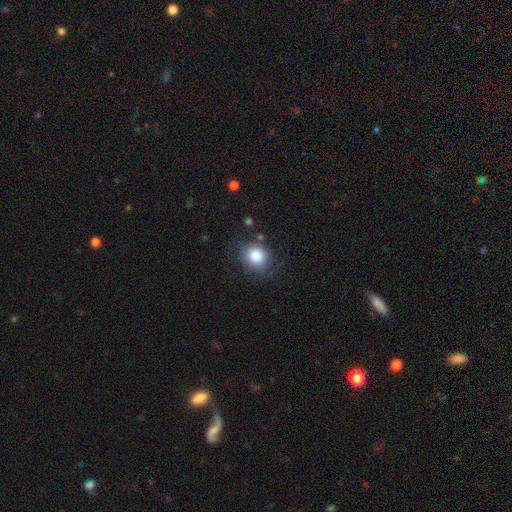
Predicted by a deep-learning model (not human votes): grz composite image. It shows a smooth galaxy with no disk features (84%) that is round (71%). Merging: none (70%).